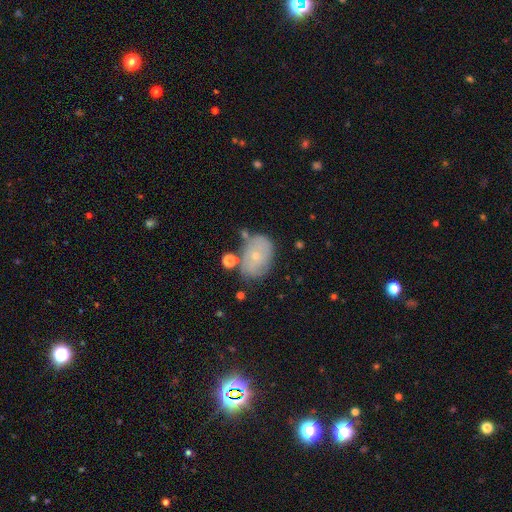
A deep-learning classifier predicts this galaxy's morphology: type=smooth (45%, tied with featured or disk); merging=none (60%).